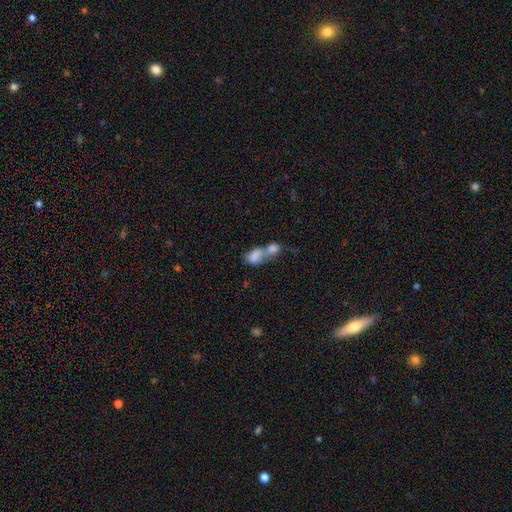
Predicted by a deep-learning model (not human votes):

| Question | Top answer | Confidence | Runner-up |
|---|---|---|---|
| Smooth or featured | smooth | 76% | featured or disk (16%) |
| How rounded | in between | 75% | round (22%) |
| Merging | merger | 80% | none (10%) |